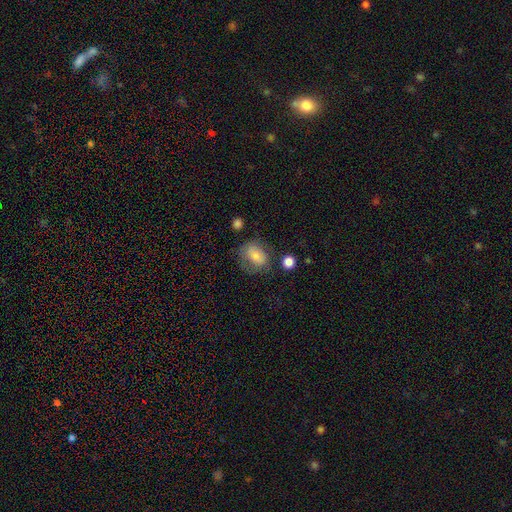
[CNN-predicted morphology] Smooth or featured?
  - smooth: 68% *
  - featured or disk: 23%
  - star or artifact: 10%
How rounded?
  - in between: 64% *
  - round: 34%
  - cigar-shaped: 1%
Merging?
  - none: 57% *
  - minor disturbance: 25%
  - major disturbance: 15%
  - merger: 4%